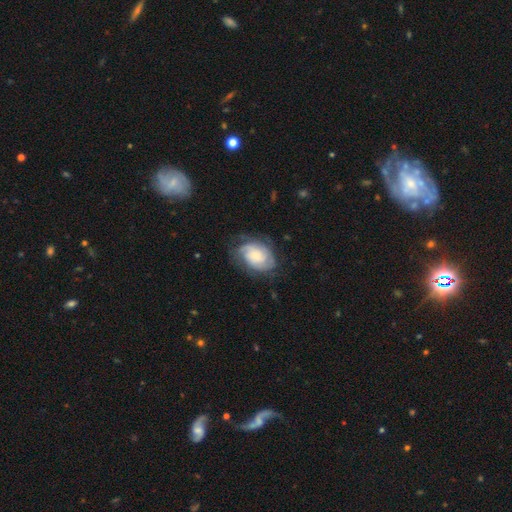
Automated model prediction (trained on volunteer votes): Smooth or featured: featured or disk — 64% (smooth — 29%)
Edge-on disk: no — 97% (yes — 3%)
Bar: no — 77% (weak — 20%)
Spiral arms: yes — 90% (no — 10%)
Spiral winding: tight — 57% (medium — 32%)
Spiral arm count: can't tell — 38% (2 — 30%)
Bulge size: small — 52% (moderate — 25%)
Merging: none — 64% (minor disturbance — 23%)